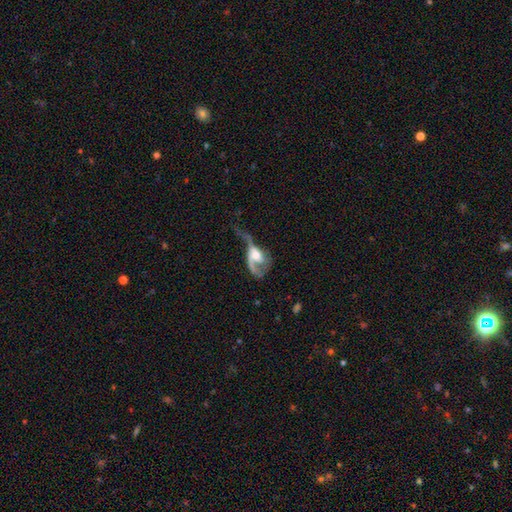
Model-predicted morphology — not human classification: This is likely a featured or disk galaxy (74%). It is clearly not viewed edge-on (94%). Bar: likely no (60%). Spiral arm pattern: clearly yes (81%). Spiral arm count: possibly 2 (50%). Spiral winding: likely loose (65%). Central bulge: likely moderate (61%). Merging: possibly major disturbance (54%).